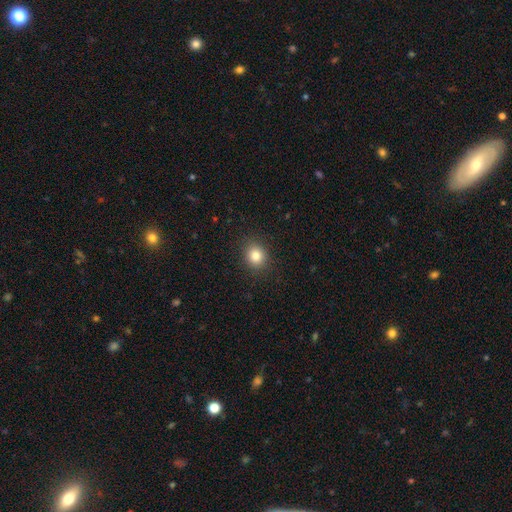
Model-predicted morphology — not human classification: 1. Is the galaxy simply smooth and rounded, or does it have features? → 82% smooth, 11% star or artifact, 7% featured or disk.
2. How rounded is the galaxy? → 72% round, 27% in between, 1% cigar-shaped.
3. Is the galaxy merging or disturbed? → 89% none, 7% minor disturbance, 2% major disturbance, 1% merger.